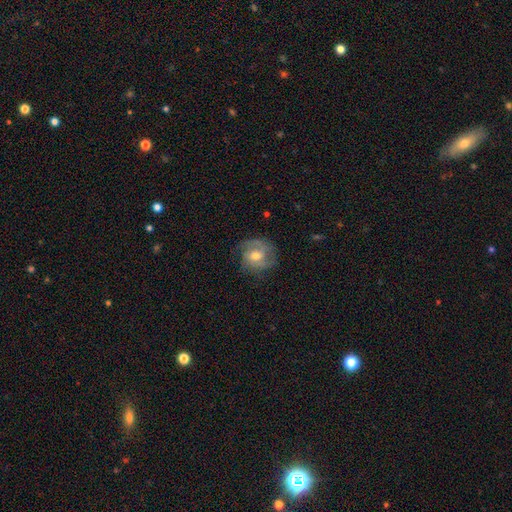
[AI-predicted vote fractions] featured or disk 66%, smooth 27%, star or artifact 7%. Down the decision tree: edge-on disk — no (97%); bar — no (58%); spiral arms — yes (88%); spiral arm count — 2 (38%); spiral winding — medium (44%); bulge size — moderate (65%); merging — none (67%).